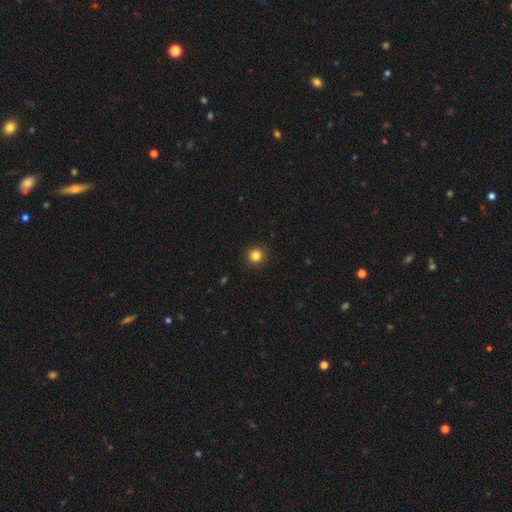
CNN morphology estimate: Smooth or featured?
  - smooth: 84% *
  - star or artifact: 12%
  - featured or disk: 4%
How rounded?
  - round: 95% *
  - in between: 4%
  - cigar-shaped: 1%
Merging?
  - none: 93% *
  - minor disturbance: 5%
  - major disturbance: 2%
  - merger: 1%